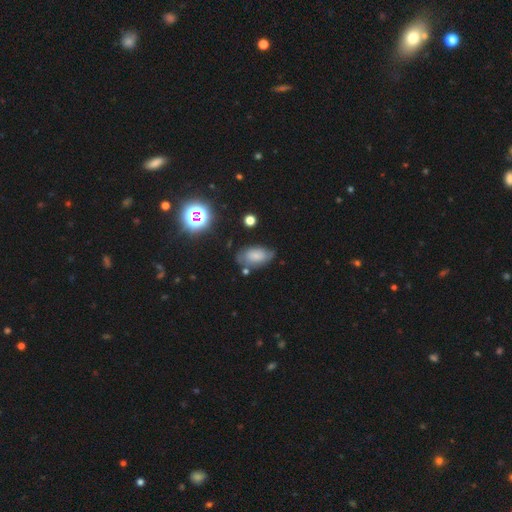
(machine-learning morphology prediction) smooth_or_featured: smooth (p=0.61) [alt: featured or disk p=0.26]
how_rounded: in between (p=0.92) [alt: round p=0.06]
merging: none (p=0.59) [alt: minor disturbance p=0.28]